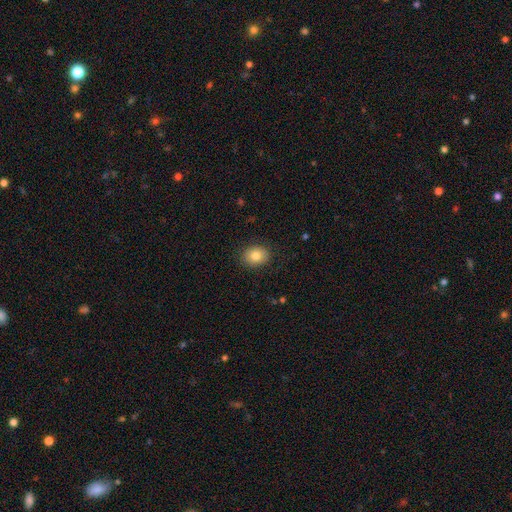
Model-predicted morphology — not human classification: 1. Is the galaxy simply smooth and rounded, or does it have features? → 83% smooth, 9% star or artifact, 8% featured or disk.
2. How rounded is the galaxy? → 54% in between, 45% round, 1% cigar-shaped.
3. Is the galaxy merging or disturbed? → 87% none, 9% minor disturbance, 2% major disturbance, 1% merger.